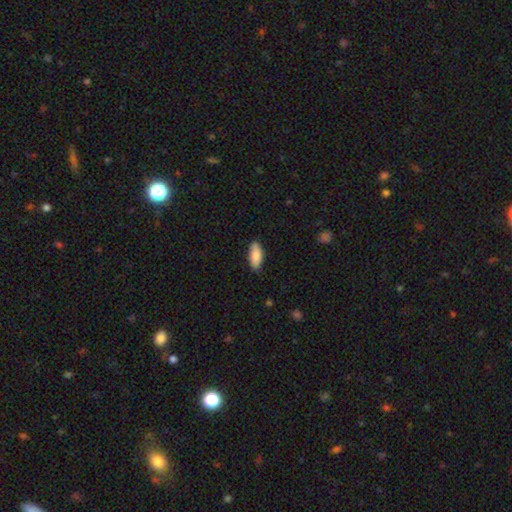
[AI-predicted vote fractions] This is clearly a smooth galaxy (88%). How rounded: likely in between (78%). Merging: clearly none (85%).